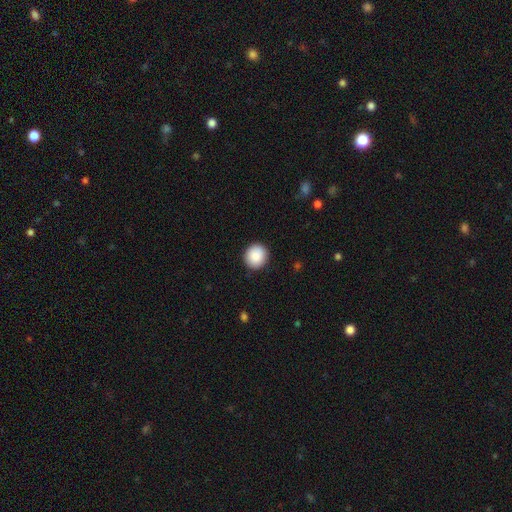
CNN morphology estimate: This appears to be a smooth galaxy with no disk features (88%) that is round (90%). Merging: none (91%).